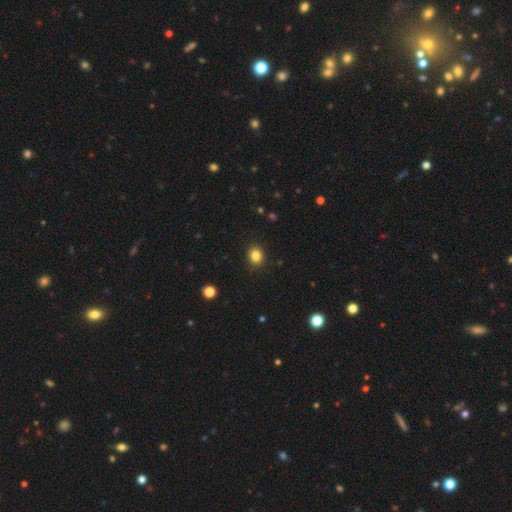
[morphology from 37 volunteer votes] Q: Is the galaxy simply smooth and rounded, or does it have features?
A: smooth — 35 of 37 (95%).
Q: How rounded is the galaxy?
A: round — 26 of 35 (74%).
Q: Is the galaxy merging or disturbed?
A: none — 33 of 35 (94%).